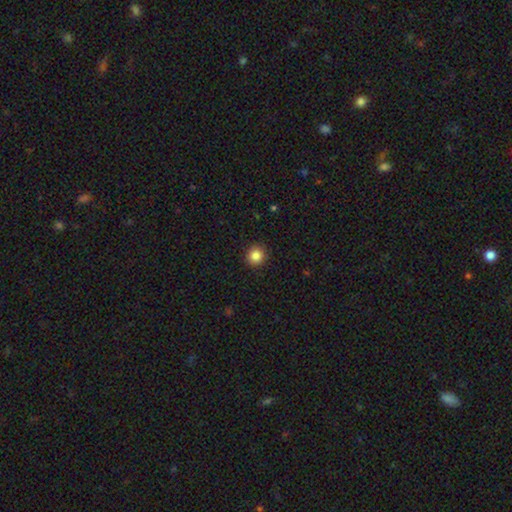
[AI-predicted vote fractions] This is clearly a smooth galaxy (85%). How rounded: clearly round (92%). Merging: clearly none (92%).